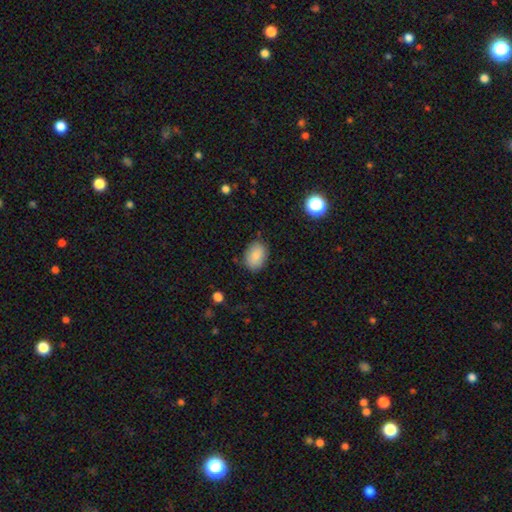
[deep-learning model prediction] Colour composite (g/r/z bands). It shows a smooth galaxy with no disk features (86%) that is in between round and cigar-shaped (79%). Merging: none (81%).